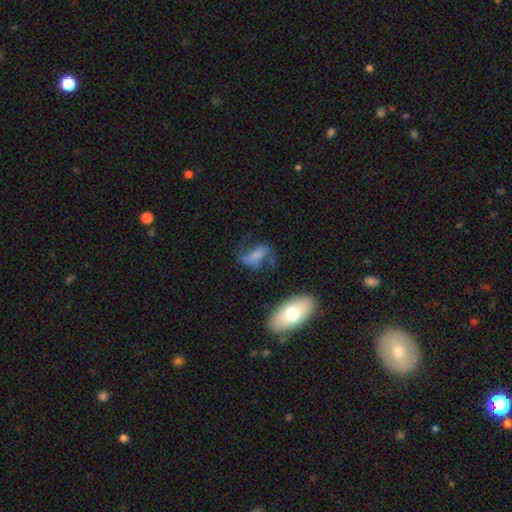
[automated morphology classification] A smooth galaxy with no disk features (52%) that is in between round and cigar-shaped (76%).

Vote fractions:
- Smooth or featured? smooth: 52% / featured or disk: 34% / star or artifact: 14%
- How rounded? in between: 76% / cigar-shaped: 15% / round: 9%
- Merging? none: 38% / major disturbance: 31% / minor disturbance: 23% / merger: 9%